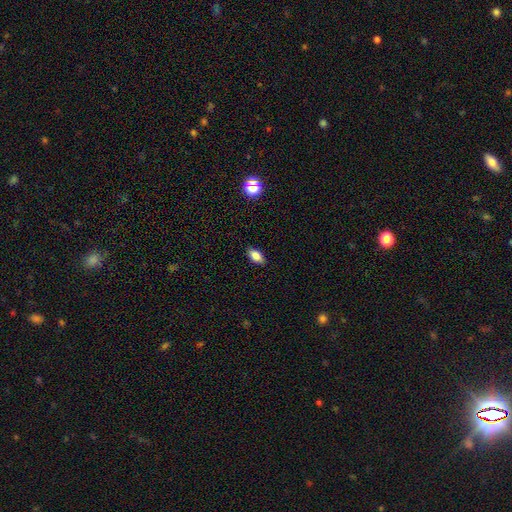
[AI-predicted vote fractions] The model was most divided on "smooth or featured": smooth: 84%, star or artifact: 9%, featured or disk: 7%. More confident: how rounded — in between (90%); merging — none (88%).